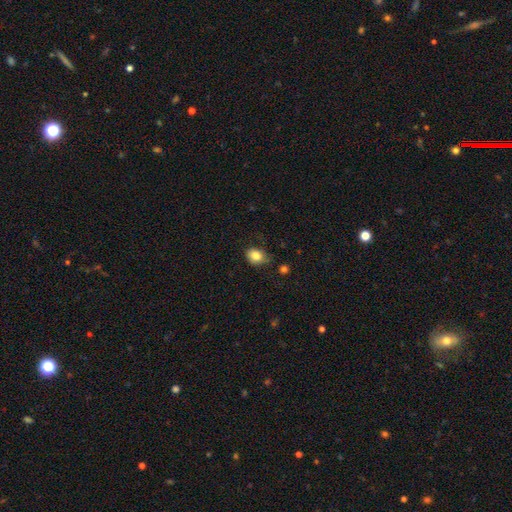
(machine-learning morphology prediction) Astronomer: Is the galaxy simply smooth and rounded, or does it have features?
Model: smooth — 84%.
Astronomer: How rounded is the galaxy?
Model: in between — 51% (runner-up: round, 48%).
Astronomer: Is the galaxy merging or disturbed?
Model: none — 65%.